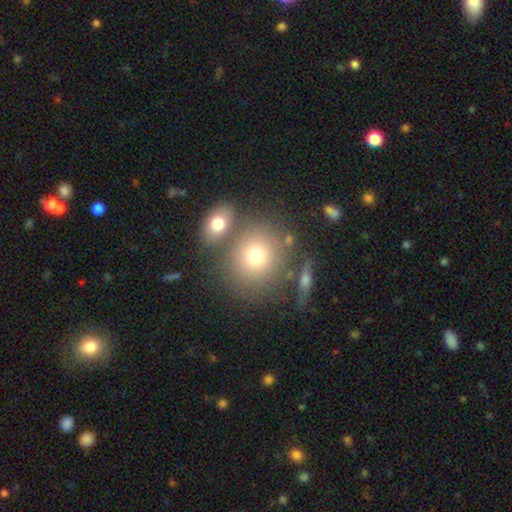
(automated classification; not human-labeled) The model was most divided on "merging": none: 65%, merger: 20%, minor disturbance: 11%, major disturbance: 4%. More confident: how rounded — round (81%); smooth or featured — smooth (72%).